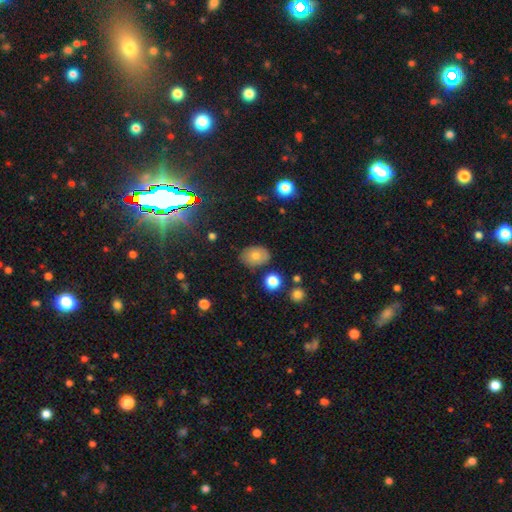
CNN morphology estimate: type=smooth (69%); roundness=in between (68%); merging=none (78%).